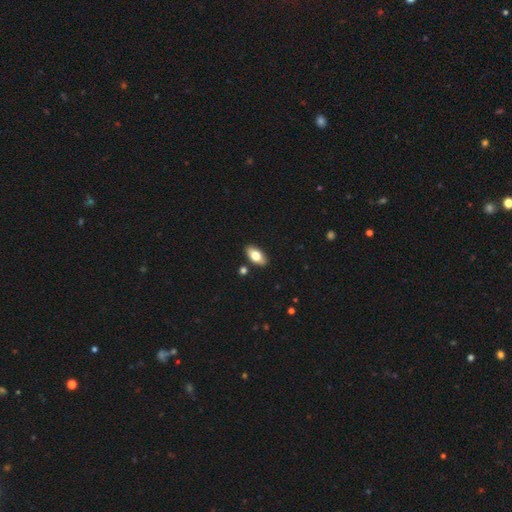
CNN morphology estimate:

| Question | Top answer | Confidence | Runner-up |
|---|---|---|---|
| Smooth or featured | smooth | 73% | featured or disk (20%) |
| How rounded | in between | 90% | cigar-shaped (7%) |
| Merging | none | 87% | minor disturbance (8%) |